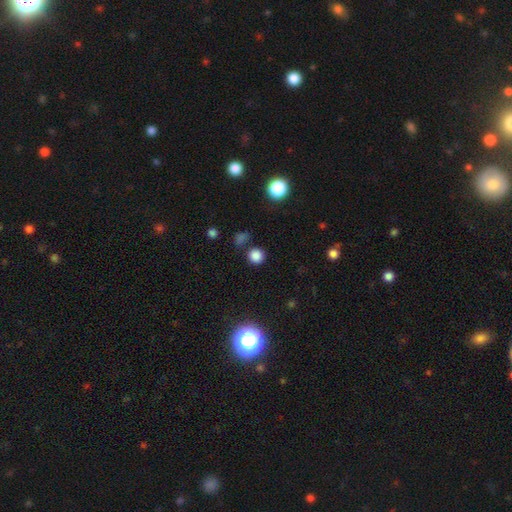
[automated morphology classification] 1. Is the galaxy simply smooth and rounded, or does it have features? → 81% smooth, 15% star or artifact, 4% featured or disk.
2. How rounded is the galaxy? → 92% round, 7% in between, 1% cigar-shaped.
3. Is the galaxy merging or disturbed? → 83% none, 8% minor disturbance, 6% merger, 3% major disturbance.